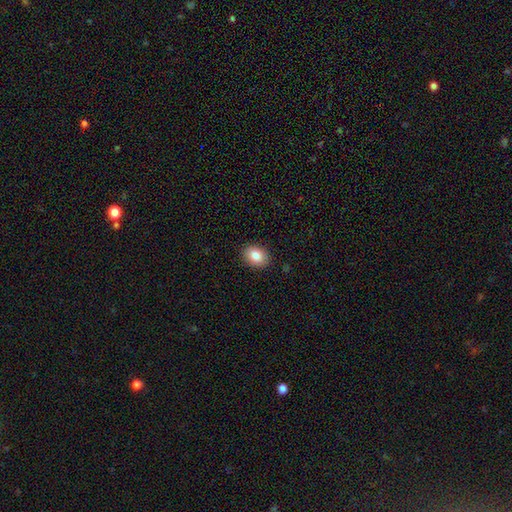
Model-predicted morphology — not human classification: Q: Smooth or featured?
A: smooth (85%); runner-up: star or artifact (8%)
Q: How rounded?
A: in between (63%); runner-up: round (36%)
Q: Merging?
A: none (90%); runner-up: minor disturbance (8%)